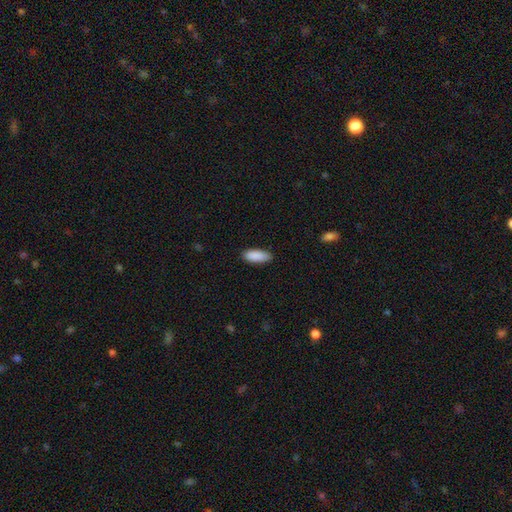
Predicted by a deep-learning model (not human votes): This is clearly a smooth galaxy (90%). How rounded: likely in between (75%). Merging: clearly none (86%).